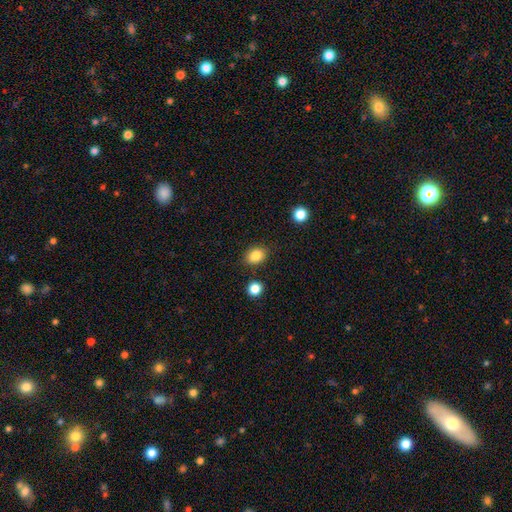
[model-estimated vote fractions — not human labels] This is clearly a smooth galaxy (86%). How rounded: likely in between (60%). Merging: clearly none (84%).